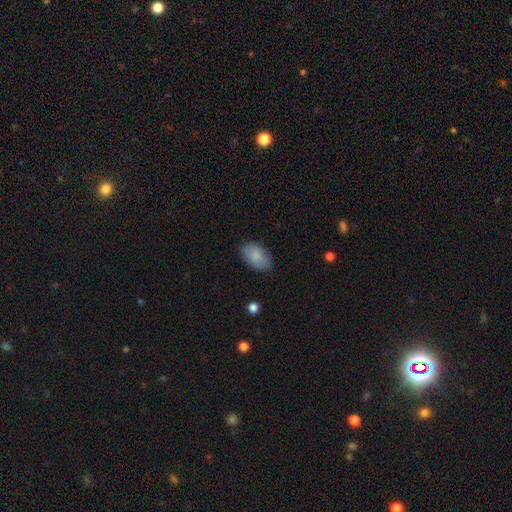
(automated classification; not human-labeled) Smooth or featured? smooth (85%)
How rounded? in between (93%)
Merging? none (83%)